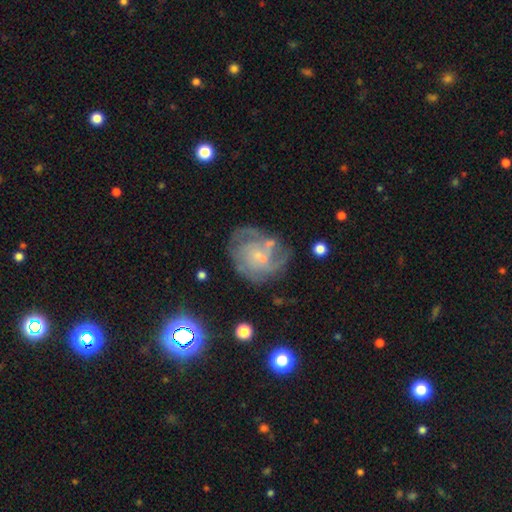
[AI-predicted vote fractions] Overall: featured or disk (73%). Edge-on disk: no (98%). Bar: no (72%). Spiral arms: yes (82%). Spiral arm count: can't tell (43%; 3 20%). Spiral winding: tight (51%; medium 35%). Bulge size: small (72%). Merging: none (56%; minor disturbance 19%).